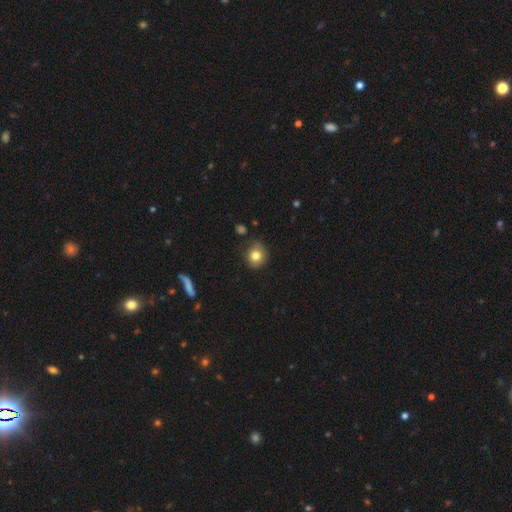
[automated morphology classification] A smooth galaxy with no disk features (80%) that is round (83%). Merging: none (75%).